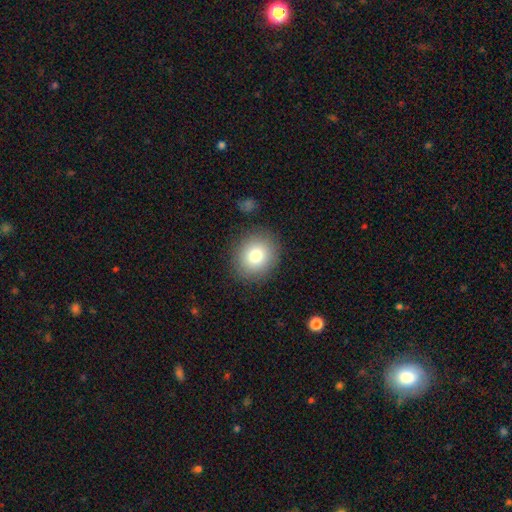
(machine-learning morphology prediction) Smooth or featured? Predicted: smooth (p=0.80). How rounded? Predicted: round (p=0.79). Merging? Predicted: none (p=0.87).